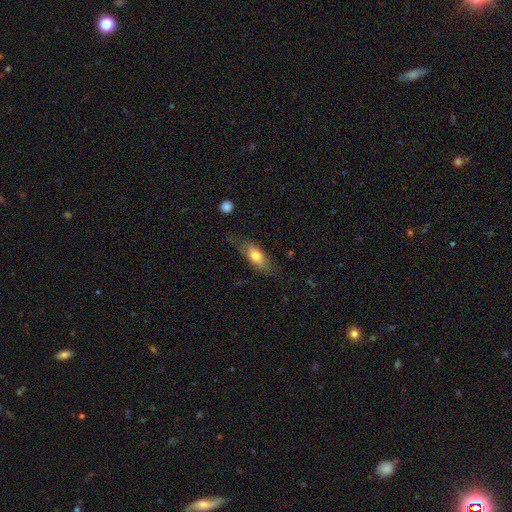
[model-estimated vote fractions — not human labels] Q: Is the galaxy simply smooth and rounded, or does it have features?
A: smooth — 70%.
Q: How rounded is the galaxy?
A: in between — 73%.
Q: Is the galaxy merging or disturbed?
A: none — 62%.